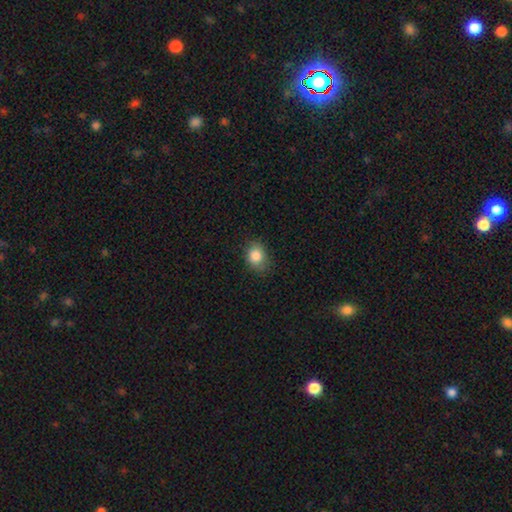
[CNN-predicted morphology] smooth_or_featured: smooth (p=0.85) [alt: star or artifact p=0.09]
how_rounded: in between (p=0.53) [alt: round p=0.46]
merging: none (p=0.75) [alt: minor disturbance p=0.19]